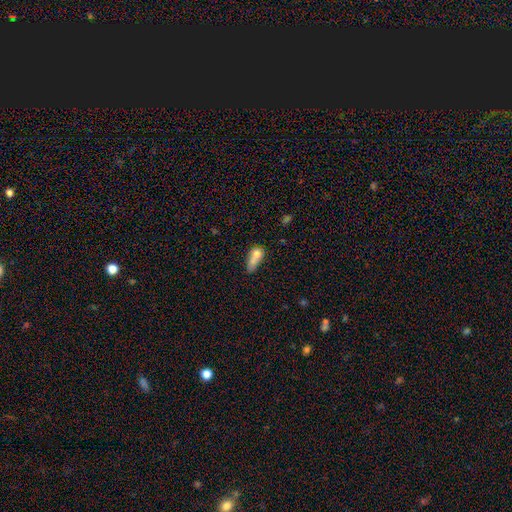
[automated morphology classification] smooth_or_featured: smooth (p=0.70) [alt: featured or disk p=0.20]
how_rounded: in between (p=0.65) [alt: round p=0.21]
merging: merger (p=0.41) [alt: none p=0.22]